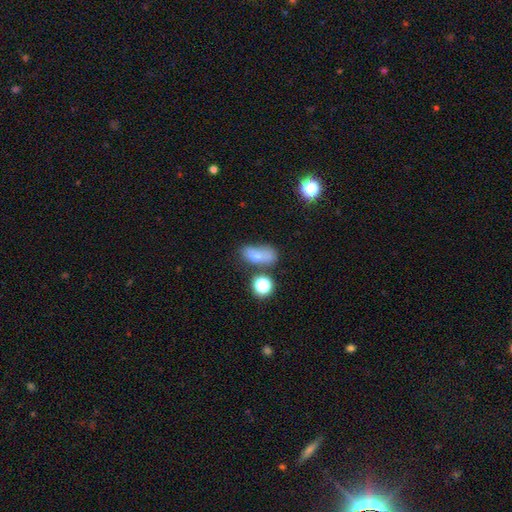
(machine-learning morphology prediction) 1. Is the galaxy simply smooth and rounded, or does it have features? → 66% smooth, 17% featured or disk, 17% star or artifact.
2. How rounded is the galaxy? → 77% in between, 14% round, 9% cigar-shaped.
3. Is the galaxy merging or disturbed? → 42% none, 24% minor disturbance, 20% merger, 14% major disturbance.